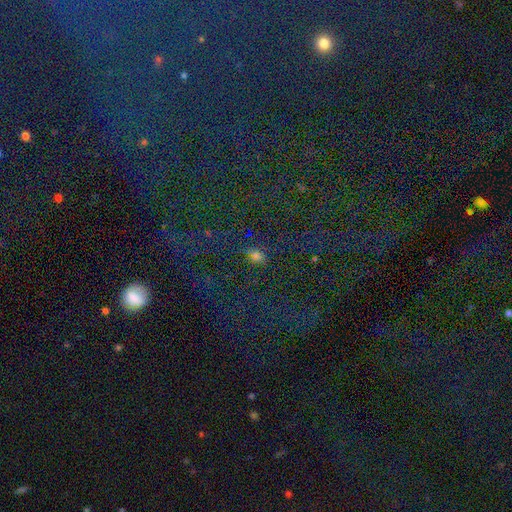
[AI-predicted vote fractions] The model was most divided on "smooth or featured": smooth: 54%, star or artifact: 37%, featured or disk: 9%. More confident: merging — none (77%); how rounded — in between (68%).